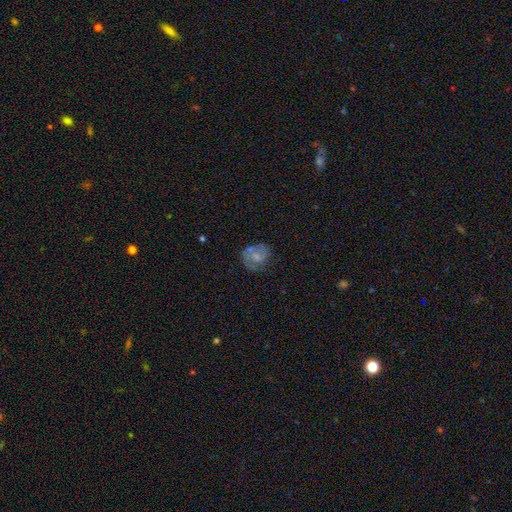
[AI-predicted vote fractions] Q: Smooth or featured?
A: featured or disk (47%); runner-up: smooth (44%)
Q: Merging?
A: none (54%); runner-up: minor disturbance (25%)